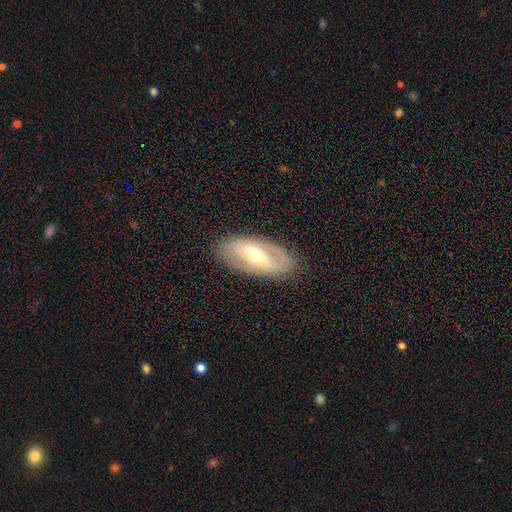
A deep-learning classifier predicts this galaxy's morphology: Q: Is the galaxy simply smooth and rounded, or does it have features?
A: featured or disk — 68%.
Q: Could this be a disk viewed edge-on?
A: no — 88%.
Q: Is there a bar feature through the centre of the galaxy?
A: strong — 40%.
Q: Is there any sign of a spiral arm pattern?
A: yes — 54%.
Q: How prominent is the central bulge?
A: moderate — 63%.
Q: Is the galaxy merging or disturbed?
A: none — 83%.